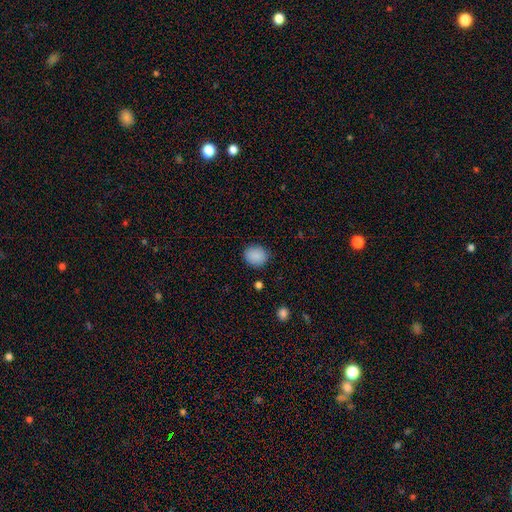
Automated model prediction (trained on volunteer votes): A smooth galaxy with no disk features (88%) that is round (67%).

Vote fractions:
- Smooth or featured? smooth: 88% / star or artifact: 8% / featured or disk: 3%
- How rounded? round: 67% / in between: 32% / cigar-shaped: 1%
- Merging? none: 86% / minor disturbance: 10% / major disturbance: 3% / merger: 1%